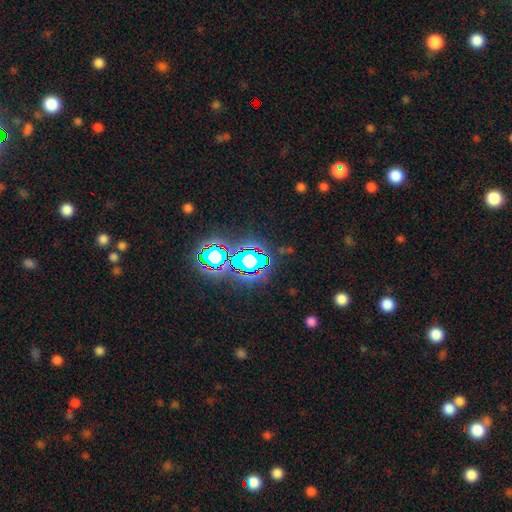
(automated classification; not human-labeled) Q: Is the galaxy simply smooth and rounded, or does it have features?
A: star or artifact — 81%.